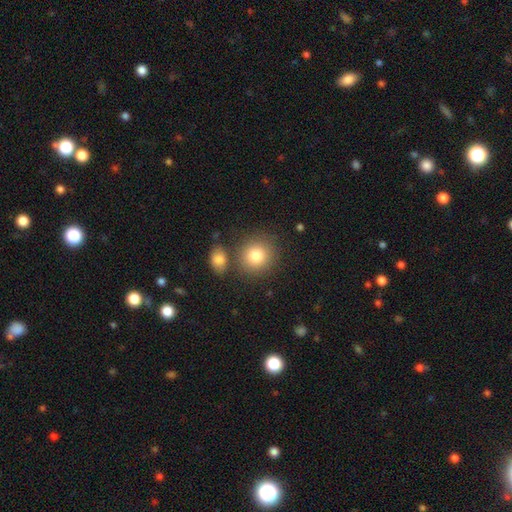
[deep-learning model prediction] Overall: smooth (82%). How rounded: round (86%). Merging: none (73%).